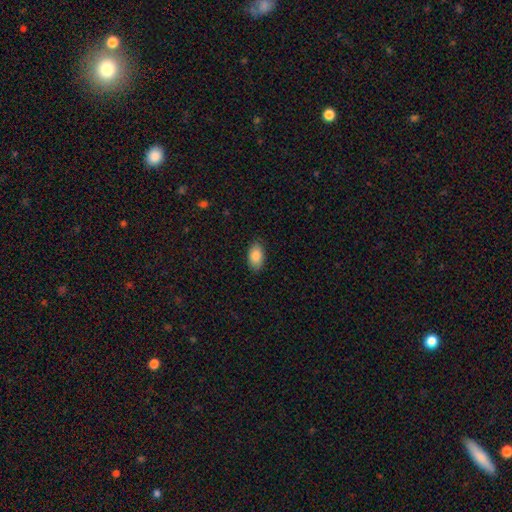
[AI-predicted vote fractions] This is clearly a smooth galaxy (87%). How rounded: clearly in between (93%). Merging: clearly none (86%).